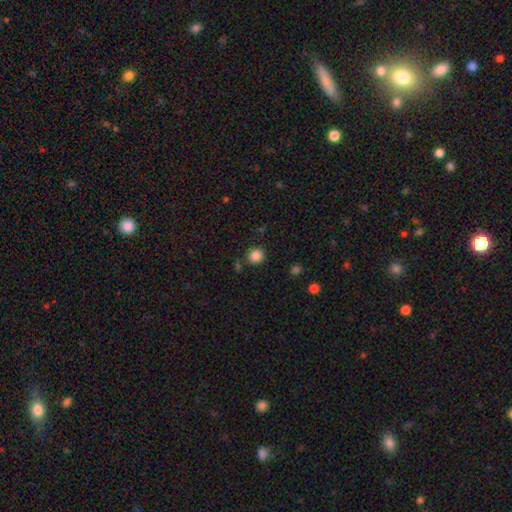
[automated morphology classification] smooth-or-featured: smooth: 86% | star or artifact: 11% | featured or disk: 3%
  how-rounded: round: 88% | in between: 11% | cigar-shaped: 1%
  merging: none: 85% | minor disturbance: 8% | merger: 4% | major disturbance: 3%